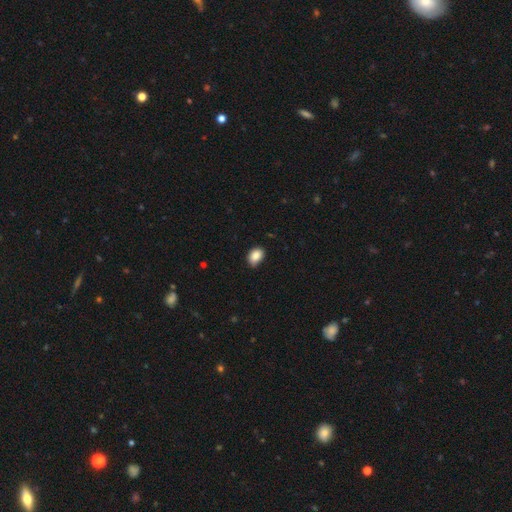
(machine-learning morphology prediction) The model was most divided on "how rounded": in between: 72%, round: 27%, cigar-shaped: 1%. More confident: smooth or featured — smooth (86%); merging — none (73%).